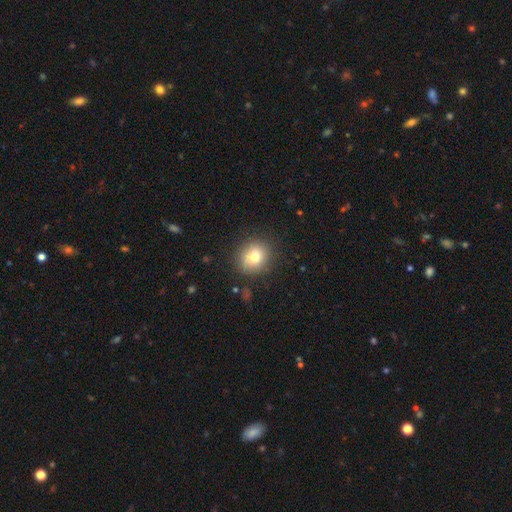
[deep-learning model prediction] The model was most divided on "smooth or featured": smooth: 75%, star or artifact: 17%, featured or disk: 8%. More confident: merging — none (90%); how rounded — round (83%).